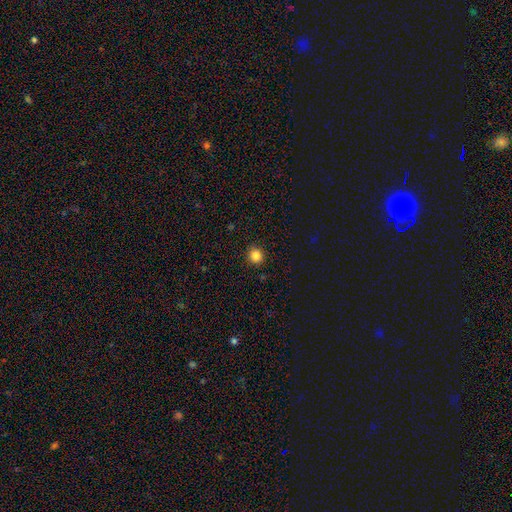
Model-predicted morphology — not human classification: Smooth or featured? smooth (84%)
How rounded? round (91%)
Merging? none (91%)